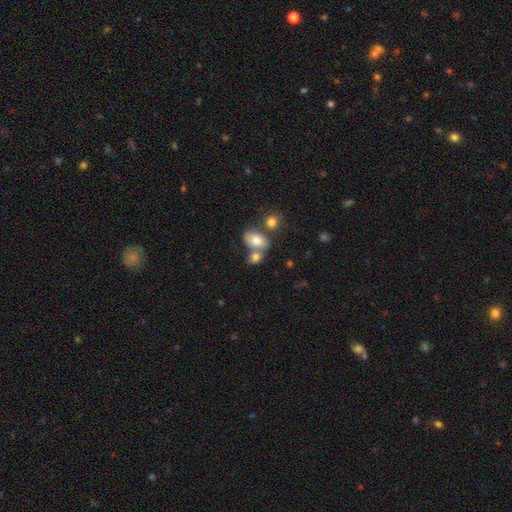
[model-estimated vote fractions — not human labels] Overall: smooth (69%). How rounded: in between (79%). Merging: merger (43%; none 39%).